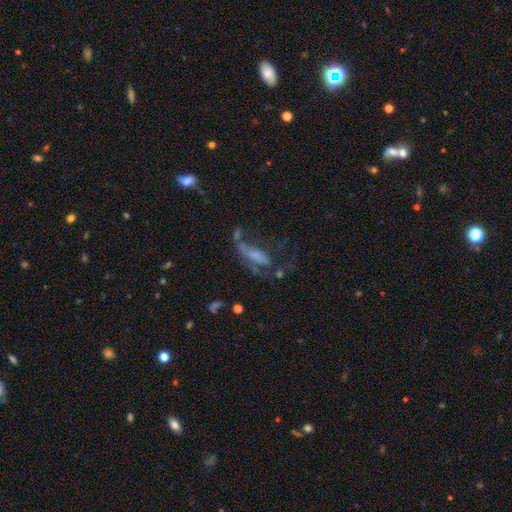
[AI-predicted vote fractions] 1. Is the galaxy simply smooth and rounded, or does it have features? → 48% featured or disk, 37% smooth, 14% star or artifact.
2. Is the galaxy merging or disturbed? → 42% major disturbance, 26% none, 18% minor disturbance, 15% merger.